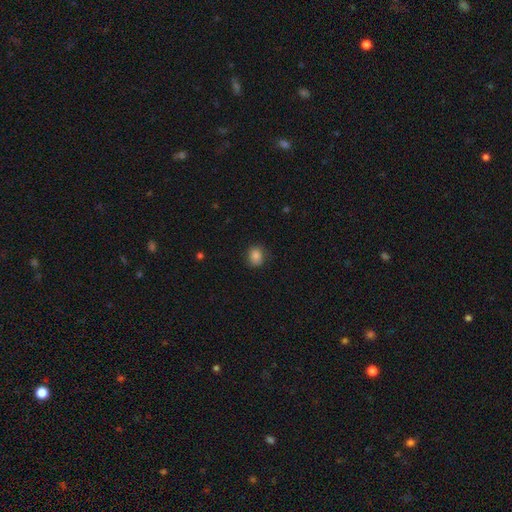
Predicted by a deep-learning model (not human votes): Morphology: type=smooth (84%); roundness=round (54%); merging=none (82%).